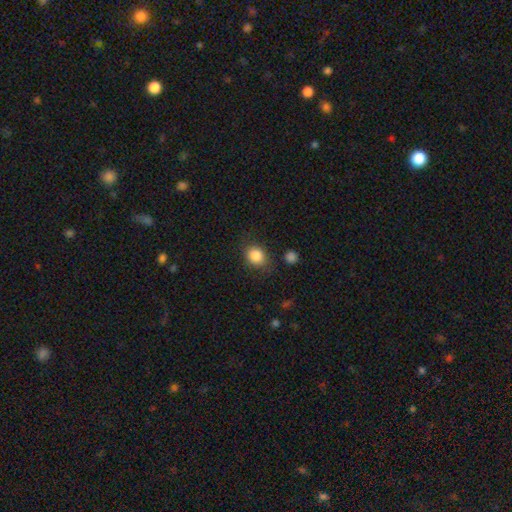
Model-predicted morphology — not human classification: Overall: smooth (85%). How rounded: round (63%; in between 36%). Merging: none (79%).